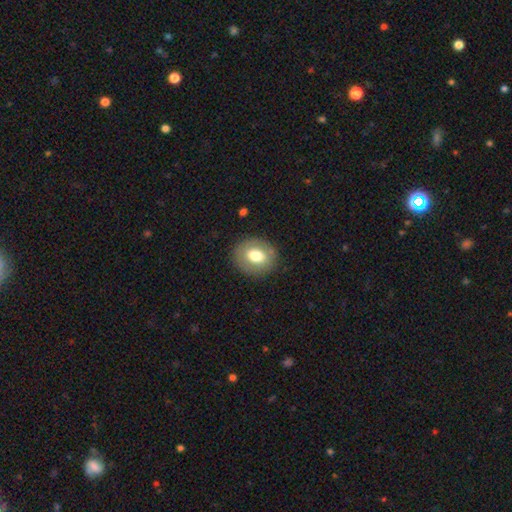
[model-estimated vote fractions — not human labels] This is likely a smooth galaxy (70%). How rounded: possibly round (58%). Merging: clearly none (86%).